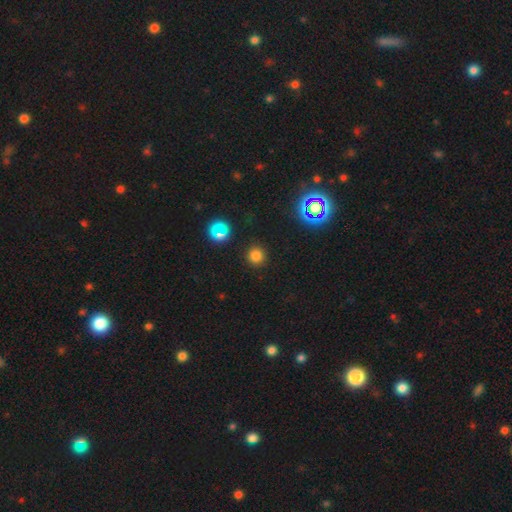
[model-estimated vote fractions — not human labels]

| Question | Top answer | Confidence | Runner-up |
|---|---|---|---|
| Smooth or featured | smooth | 75% | star or artifact (20%) |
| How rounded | round | 94% | in between (5%) |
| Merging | none | 90% | minor disturbance (6%) |